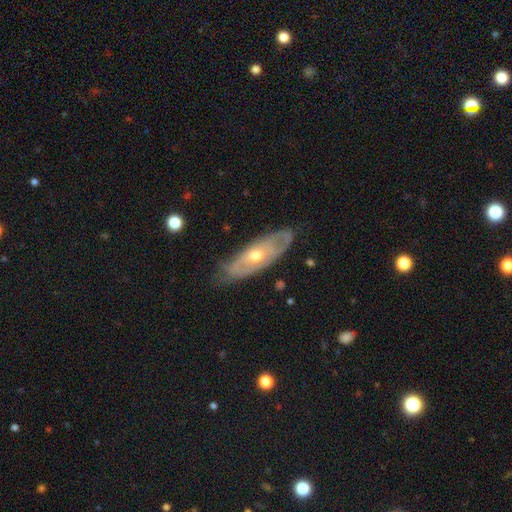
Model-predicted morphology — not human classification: A featured or disk galaxy (65%).

Vote fractions:
- Smooth or featured? featured or disk: 65% / smooth: 30% / star or artifact: 5%
- Edge-on disk? no: 73% / yes: 27%
- Merging? none: 67% / minor disturbance: 25% / major disturbance: 7% / merger: 2%